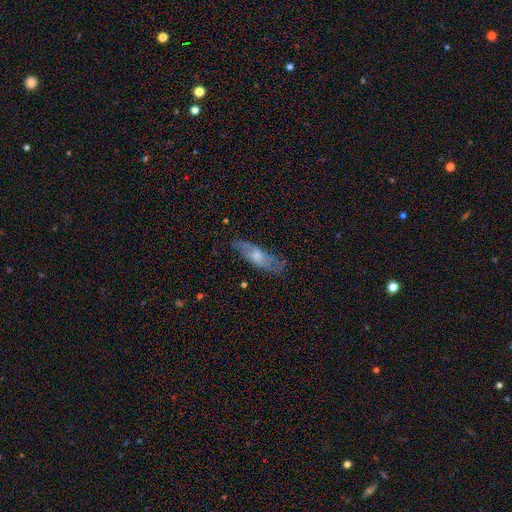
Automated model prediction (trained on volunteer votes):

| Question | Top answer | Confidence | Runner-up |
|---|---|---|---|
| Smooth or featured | featured or disk | 48% | smooth (45%) |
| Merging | none | 72% | minor disturbance (21%) |